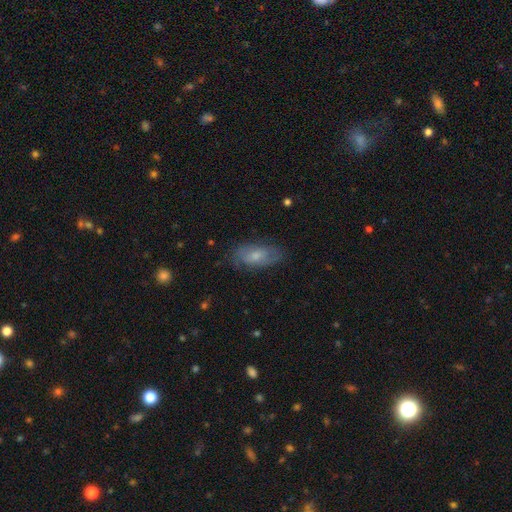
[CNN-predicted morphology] A smooth galaxy with no disk features (51%) that is in between round and cigar-shaped (86%). Merging: none (74%).